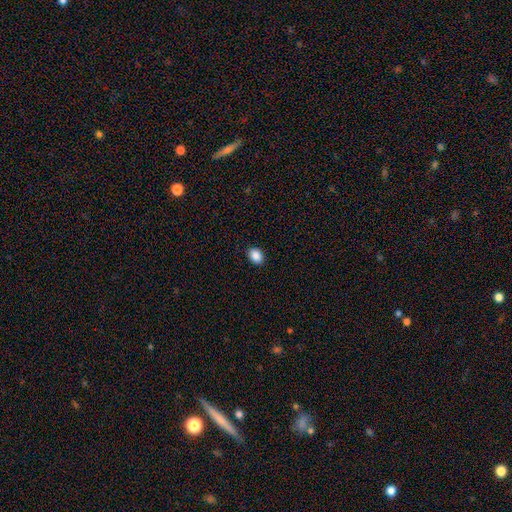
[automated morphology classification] This is clearly a smooth galaxy (89%). How rounded: likely in between (70%). Merging: clearly none (90%).